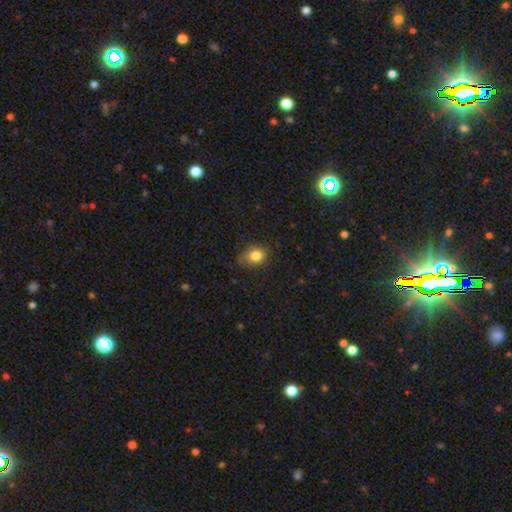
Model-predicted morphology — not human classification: This appears to be a smooth galaxy with no disk features (82%) that is round (56%). Merging: none (73%).